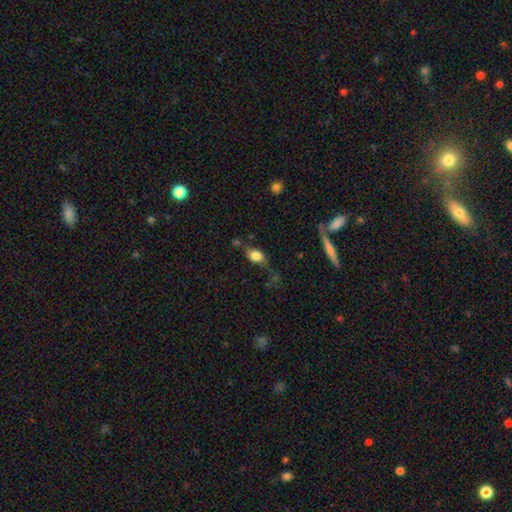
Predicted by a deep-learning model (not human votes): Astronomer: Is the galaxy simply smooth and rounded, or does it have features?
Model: smooth — 74%.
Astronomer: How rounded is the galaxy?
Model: in between — 76%.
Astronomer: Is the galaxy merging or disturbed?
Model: none — 46% (runner-up: minor disturbance, 27%).